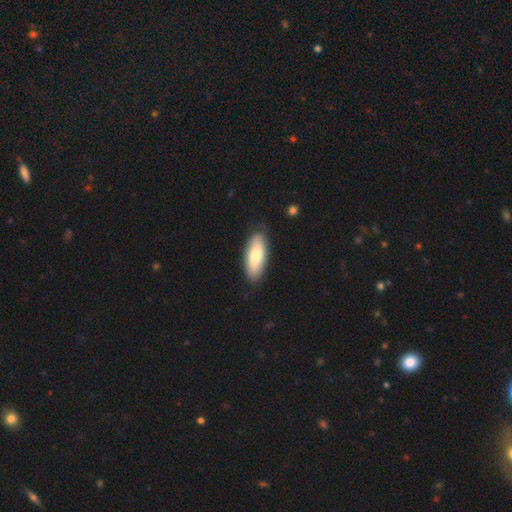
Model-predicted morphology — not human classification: smooth 74%, featured or disk 21%, star or artifact 5%. Down the decision tree: how rounded — in between (76%); merging — none (86%).